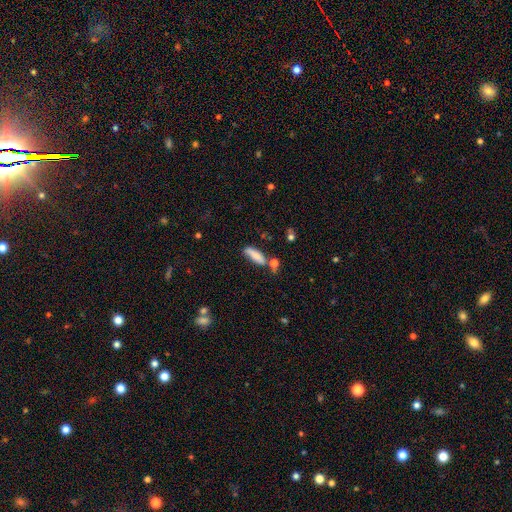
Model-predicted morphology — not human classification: A smooth galaxy with no disk features (77%) that is cigar-shaped (51%).

Vote fractions:
- Smooth or featured? smooth: 77% / featured or disk: 15% / star or artifact: 7%
- How rounded? cigar-shaped: 51% / in between: 47% / round: 2%
- Merging? none: 59% / minor disturbance: 20% / merger: 15% / major disturbance: 6%